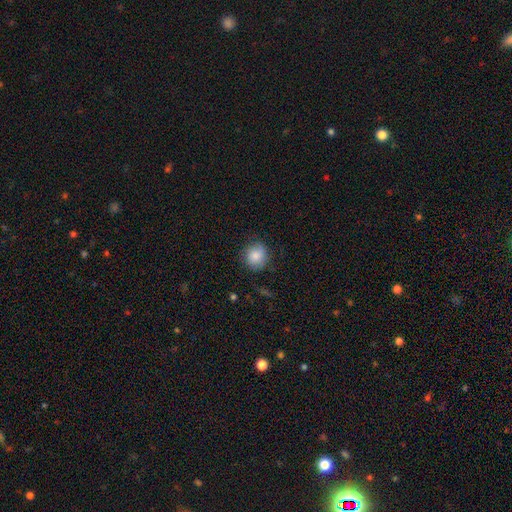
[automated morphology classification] Overall: smooth (85%). How rounded: round (83%). Merging: none (79%).